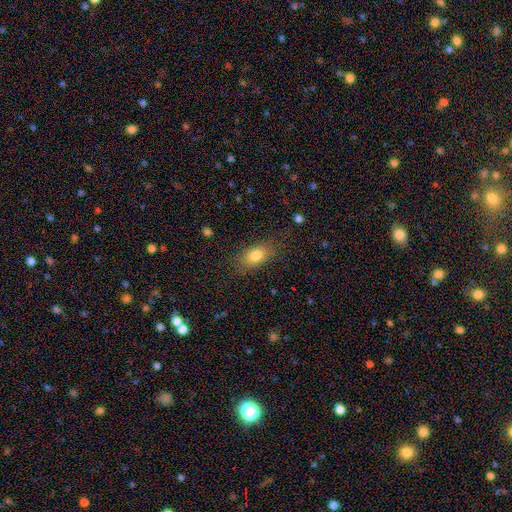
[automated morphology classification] This is likely a smooth galaxy (79%). How rounded: clearly in between (81%). Merging: likely none (79%).